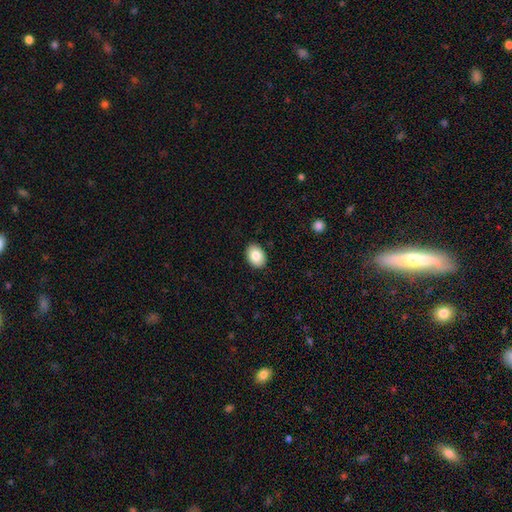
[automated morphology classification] Smooth or featured? Predicted: smooth (p=0.85). How rounded? Predicted: in between (p=0.81). Merging? Predicted: none (p=0.90).